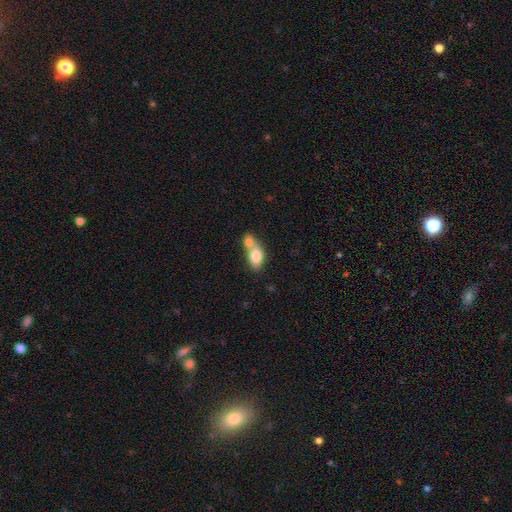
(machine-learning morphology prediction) Smooth or featured? Predicted: smooth (p=0.77). How rounded? Predicted: in between (p=0.83). Merging? Predicted: merger (p=0.67).